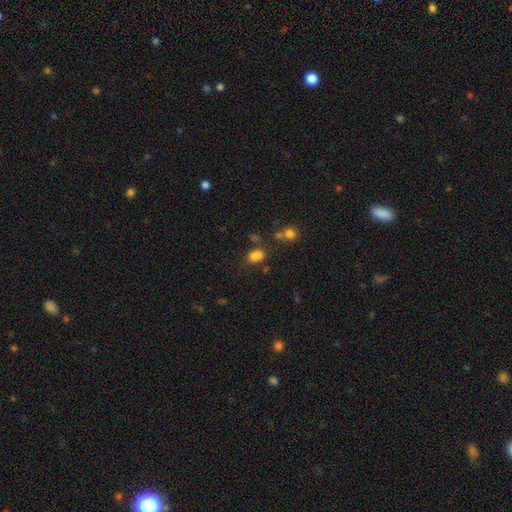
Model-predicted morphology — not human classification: Smooth or featured? smooth (77%)
How rounded? in between (76%)
Merging? none (56%)